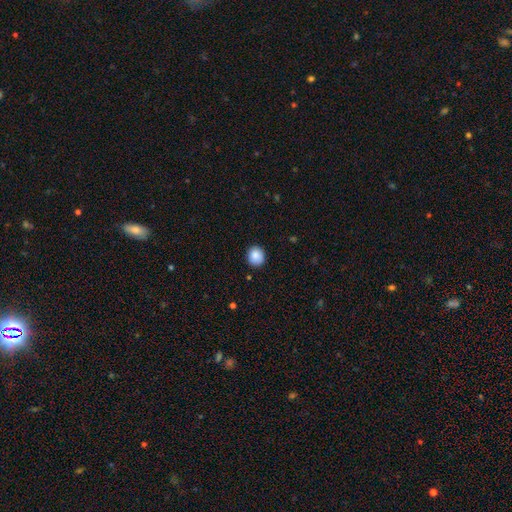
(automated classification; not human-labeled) Morphology: type=smooth (87%); roundness=round (81%); merging=none (89%).